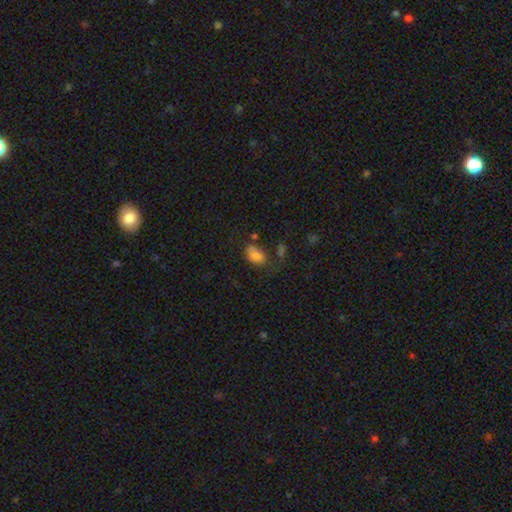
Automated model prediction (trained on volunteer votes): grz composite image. It shows a smooth galaxy with no disk features (78%) that is in between round and cigar-shaped (85%). Merging: none (41%).